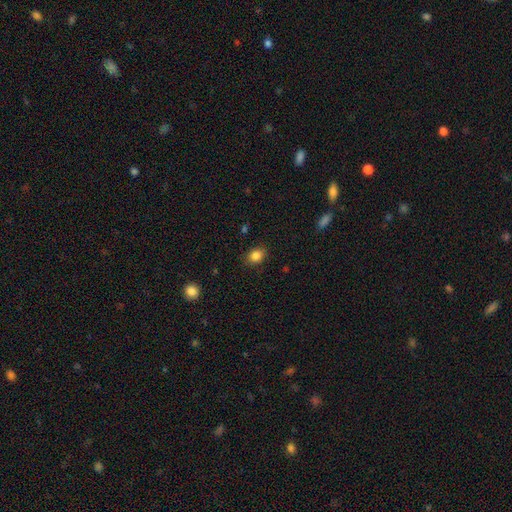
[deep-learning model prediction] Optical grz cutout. It shows a smooth galaxy with no disk features (85%) that is in between round and cigar-shaped (52%). Merging: none (85%).